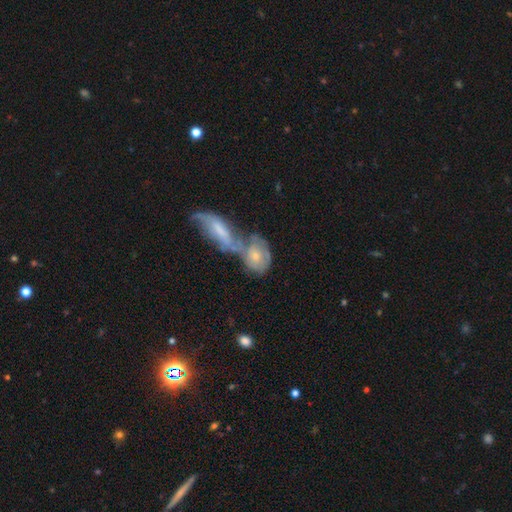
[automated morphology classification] type=smooth (51%); roundness=in between (64%); merging=merger (66%).